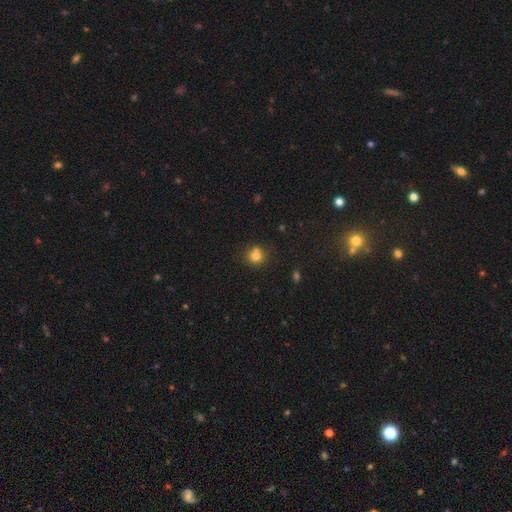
Volunteers were most divided on "merging": none: 62%, merger: 24%, minor disturbance: 15%, major disturbance: 0%. More confident: smooth or featured — smooth (78%); how rounded — round (76%).